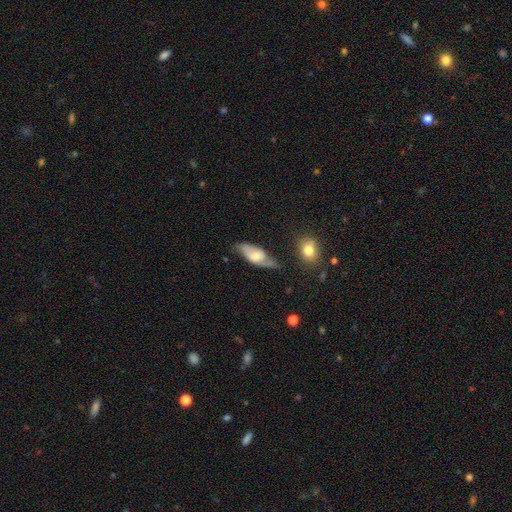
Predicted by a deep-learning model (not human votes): A featured or disk galaxy (56%). Merging: none (43%).